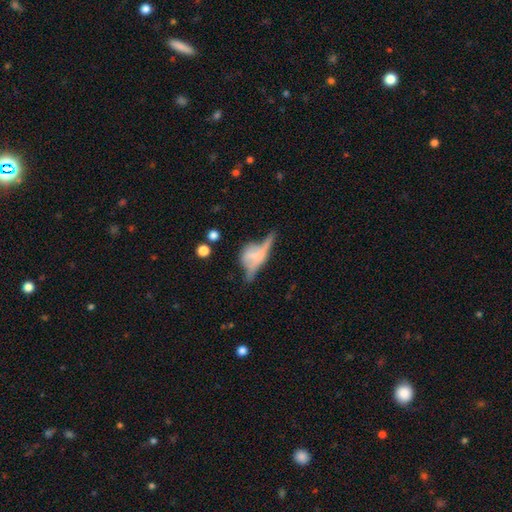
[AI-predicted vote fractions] A featured or disk galaxy (57%) viewed edge-on (77%). Merging: none (41%).